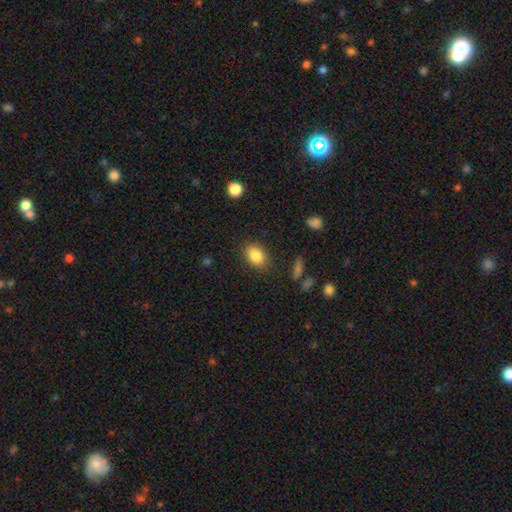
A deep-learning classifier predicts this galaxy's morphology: This appears to be a smooth galaxy with no disk features (85%) that is in between round and cigar-shaped (80%). Merging: none (84%).